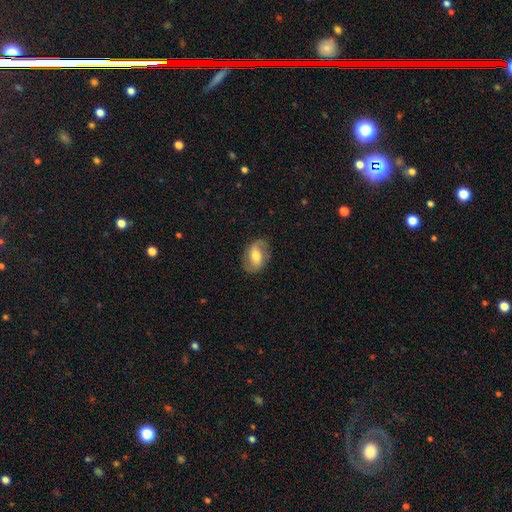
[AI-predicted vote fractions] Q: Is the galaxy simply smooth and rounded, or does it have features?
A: featured or disk — 56%.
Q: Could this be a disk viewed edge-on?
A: no — 94%.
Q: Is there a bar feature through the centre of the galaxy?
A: weak — 41%.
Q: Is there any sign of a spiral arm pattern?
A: yes — 76%.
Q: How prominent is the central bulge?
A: moderate — 64%.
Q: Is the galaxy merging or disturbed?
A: none — 80%.